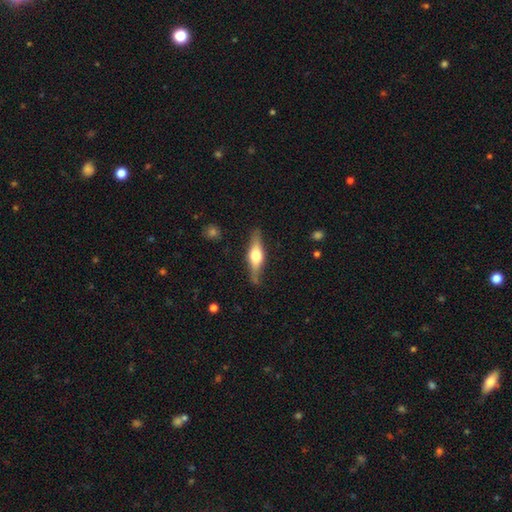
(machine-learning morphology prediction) Smooth or featured? Predicted: featured or disk (p=0.63). Edge-on disk? Predicted: yes (p=0.95). Edge-on bulge? Predicted: rounded (p=0.91). Merging? Predicted: none (p=0.83).